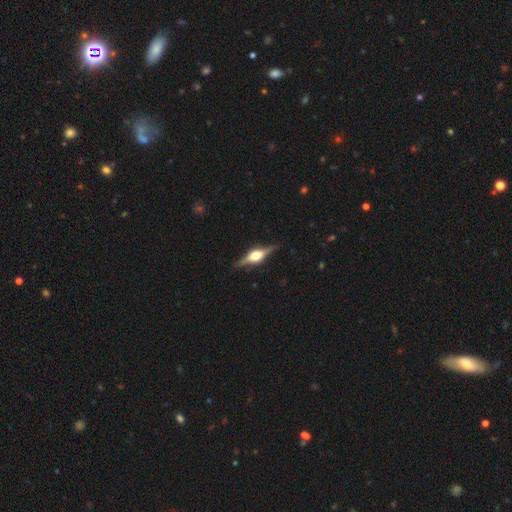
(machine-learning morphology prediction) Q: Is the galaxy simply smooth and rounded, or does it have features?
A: featured or disk — 79%.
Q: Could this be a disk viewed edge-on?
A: yes — 97%.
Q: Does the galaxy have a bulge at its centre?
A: rounded — 90%.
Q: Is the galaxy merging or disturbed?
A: none — 87%.